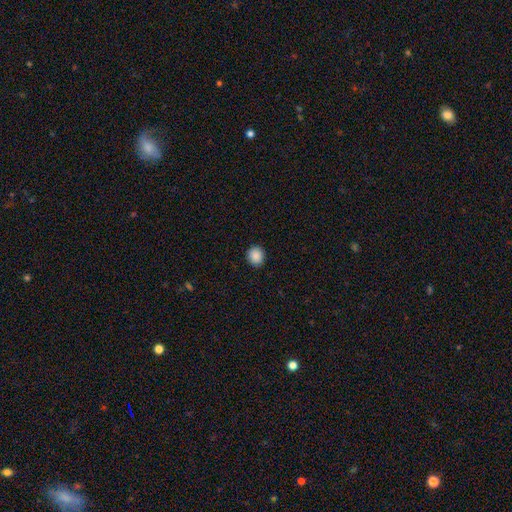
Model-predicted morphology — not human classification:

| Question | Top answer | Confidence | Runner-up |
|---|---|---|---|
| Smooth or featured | smooth | 88% | star or artifact (9%) |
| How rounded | round | 80% | in between (19%) |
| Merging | none | 91% | minor disturbance (7%) |